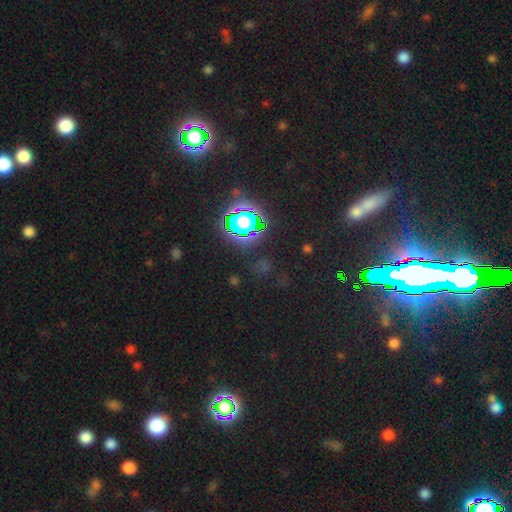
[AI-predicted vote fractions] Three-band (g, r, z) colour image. It shows a star or artifact, not a galaxy (79%).